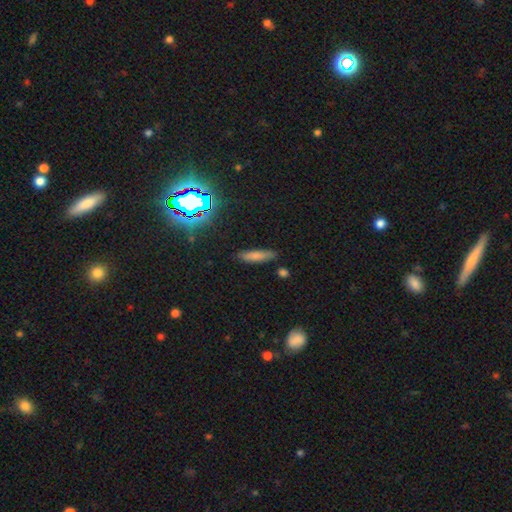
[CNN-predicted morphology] A smooth galaxy with no disk features (73%) that is cigar-shaped (76%). Merging: none (83%).